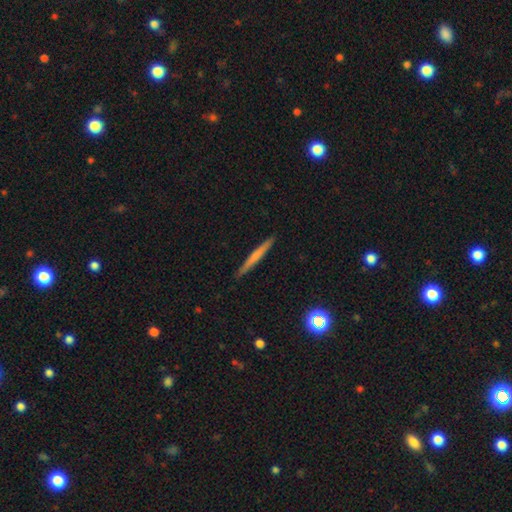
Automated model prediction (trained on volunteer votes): Smooth or featured?
  - smooth: 54% *
  - featured or disk: 40%
  - star or artifact: 6%
How rounded?
  - cigar-shaped: 96% *
  - in between: 2%
  - round: 2%
Merging?
  - none: 91% *
  - minor disturbance: 6%
  - major disturbance: 1%
  - merger: 1%